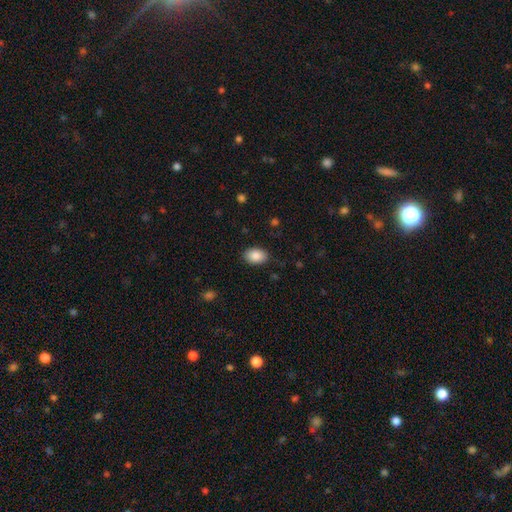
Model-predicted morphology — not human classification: This appears to be a smooth galaxy with no disk features (88%) that is in between round and cigar-shaped (86%). Merging: none (87%).